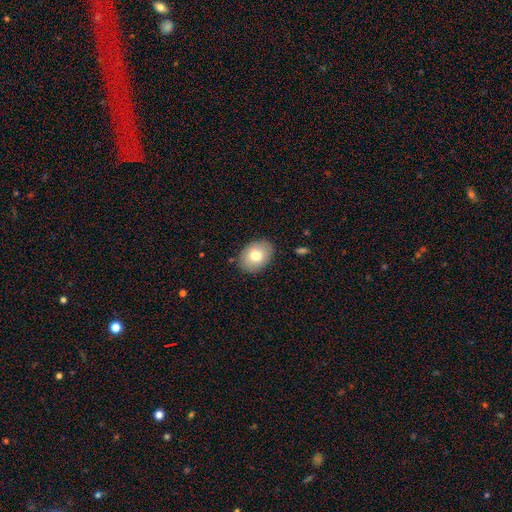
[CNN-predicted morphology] Smooth or featured: smooth — 77% (featured or disk — 16%)
How rounded: in between — 72% (round — 27%)
Merging: none — 86% (minor disturbance — 10%)